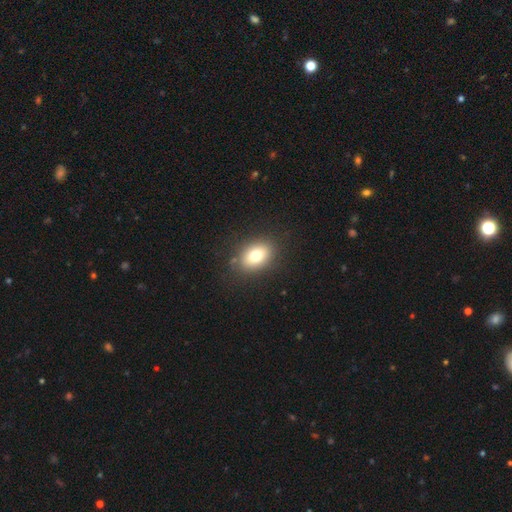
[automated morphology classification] This is likely a smooth galaxy (77%). How rounded: likely in between (77%). Merging: clearly none (84%).